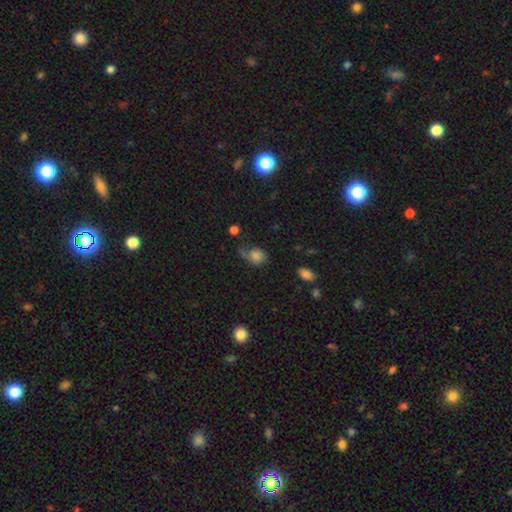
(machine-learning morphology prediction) smooth-or-featured: smooth: 68% | featured or disk: 20% | star or artifact: 11%
  how-rounded: round: 57% | in between: 41% | cigar-shaped: 1%
  merging: none: 35% | major disturbance: 31% | minor disturbance: 28% | merger: 6%